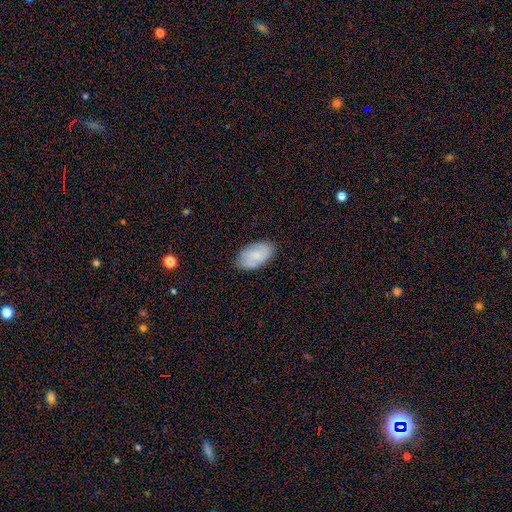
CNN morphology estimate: This appears to be a smooth galaxy with no disk features (67%) that is in between round and cigar-shaped (93%). Merging: none (81%).